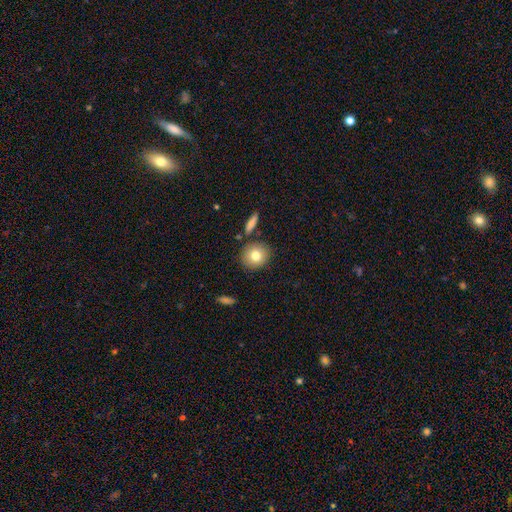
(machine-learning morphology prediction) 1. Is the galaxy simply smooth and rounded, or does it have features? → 78% smooth, 13% featured or disk, 9% star or artifact.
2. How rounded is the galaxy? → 84% round, 15% in between, 1% cigar-shaped.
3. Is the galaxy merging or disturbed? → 83% none, 9% minor disturbance, 6% merger, 2% major disturbance.